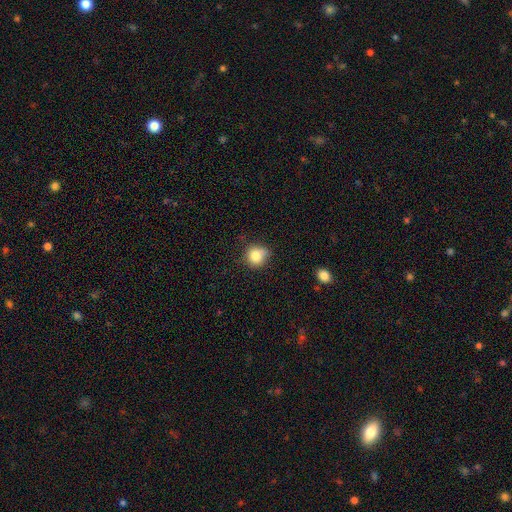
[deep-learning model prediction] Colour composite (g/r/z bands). It shows a smooth galaxy with no disk features (81%) that is round (85%). Merging: none (66%).